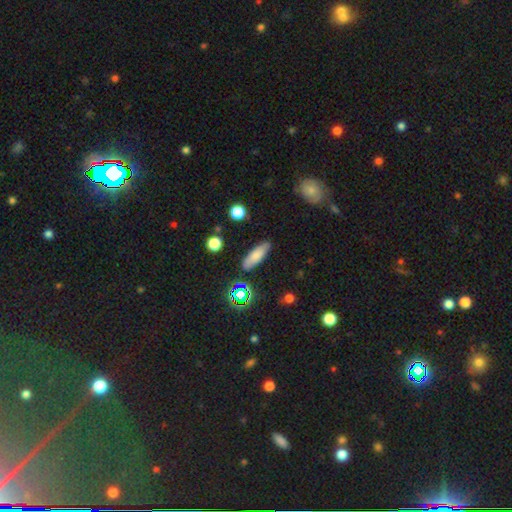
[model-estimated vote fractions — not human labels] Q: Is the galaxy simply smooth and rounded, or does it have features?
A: smooth — 77%.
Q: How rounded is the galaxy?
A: in between — 53%.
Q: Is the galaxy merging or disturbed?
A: none — 85%.